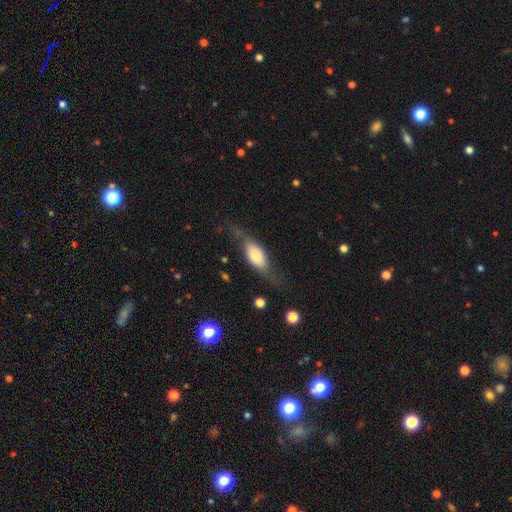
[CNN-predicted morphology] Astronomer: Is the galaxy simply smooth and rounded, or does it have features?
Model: smooth — 48% (runner-up: featured or disk, 45%).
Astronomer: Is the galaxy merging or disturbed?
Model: none — 59%.